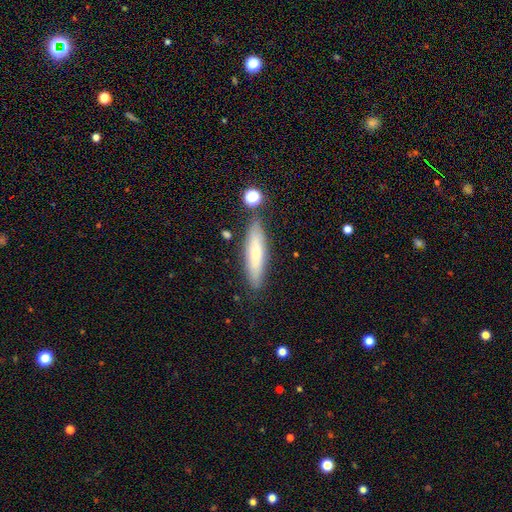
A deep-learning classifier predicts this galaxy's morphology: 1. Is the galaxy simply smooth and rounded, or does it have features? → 65% smooth, 28% featured or disk, 7% star or artifact.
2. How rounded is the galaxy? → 74% cigar-shaped, 24% in between, 2% round.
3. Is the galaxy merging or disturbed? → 79% none, 13% minor disturbance, 4% merger, 3% major disturbance.